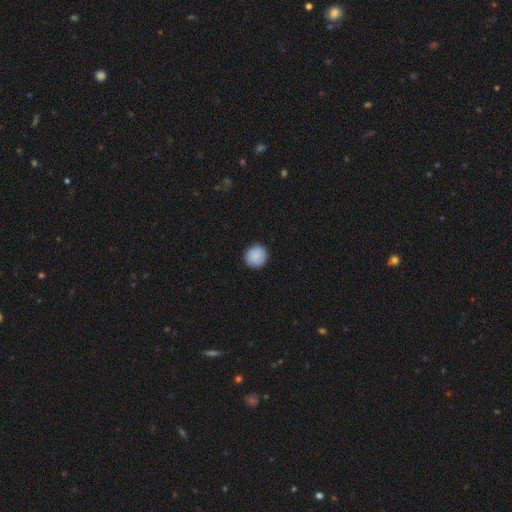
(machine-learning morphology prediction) type=smooth (87%); roundness=round (91%); merging=none (91%).